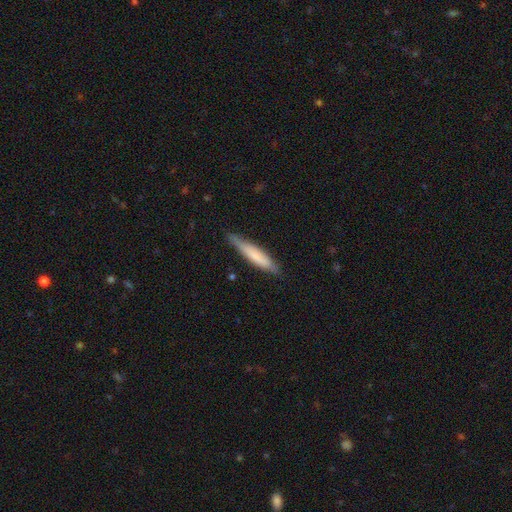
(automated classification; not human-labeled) Smooth or featured? smooth (69%)
How rounded? cigar-shaped (89%)
Merging? none (78%)